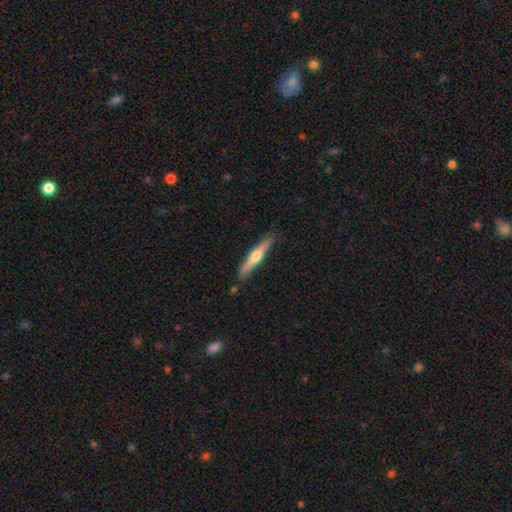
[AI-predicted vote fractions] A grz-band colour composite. It shows a featured or disk galaxy (56%) viewed edge-on (96%) with a rounded central bulge (91%). Merging: none (86%).